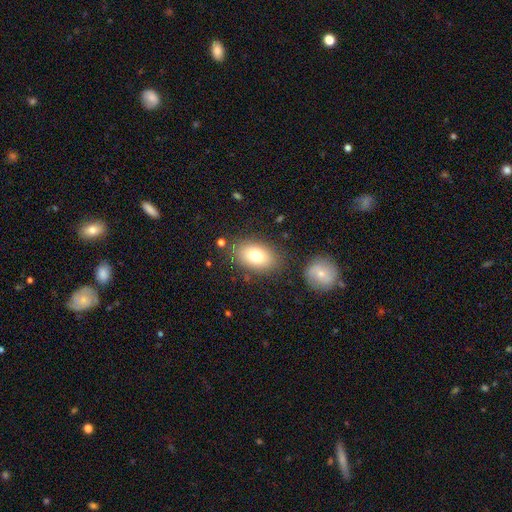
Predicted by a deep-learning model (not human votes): Smooth or featured? Predicted: smooth (p=0.77). How rounded? Predicted: in between (p=0.87). Merging? Predicted: none (p=0.80).